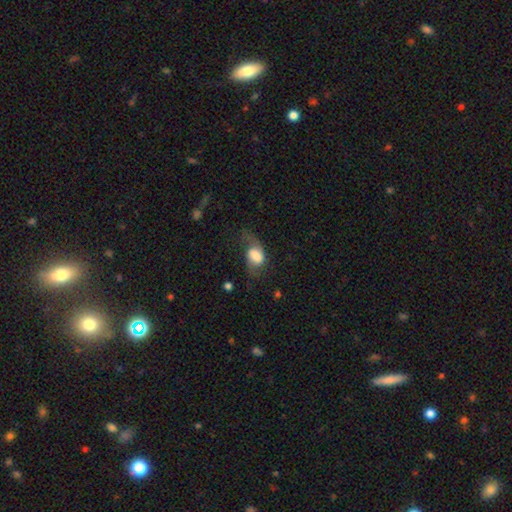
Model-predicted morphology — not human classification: The model was most divided on "smooth or featured": smooth: 48%, featured or disk: 43%, star or artifact: 8%. Remaining: merging — none (40%).